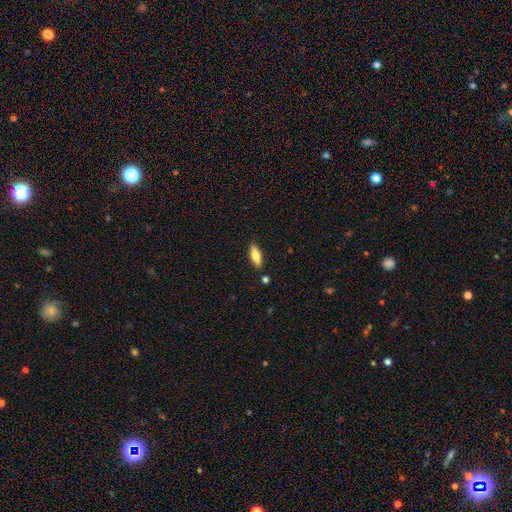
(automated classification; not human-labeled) Morphology: type=smooth (75%); roundness=in between (64%); merging=none (86%).